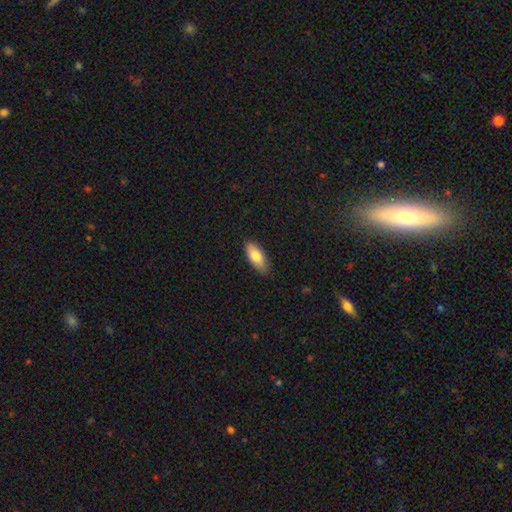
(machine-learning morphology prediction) The model was most divided on "how rounded": in between: 80%, cigar-shaped: 18%, round: 2%. More confident: merging — none (86%); smooth or featured — smooth (79%).